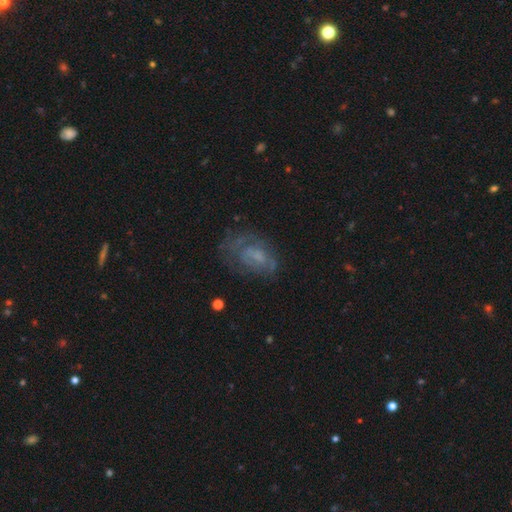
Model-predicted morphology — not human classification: smooth_or_featured: featured or disk (p=0.56) [alt: smooth p=0.32]
disk_edge_on: no (p=0.96) [alt: yes p=0.04]
bar: no (p=0.65) [alt: weak p=0.29]
has_spiral_arms: yes (p=0.55) [alt: no p=0.45]
bulge_size: none (p=0.36) [alt: small p=0.33]
merging: none (p=0.50) [alt: major disturbance p=0.24]